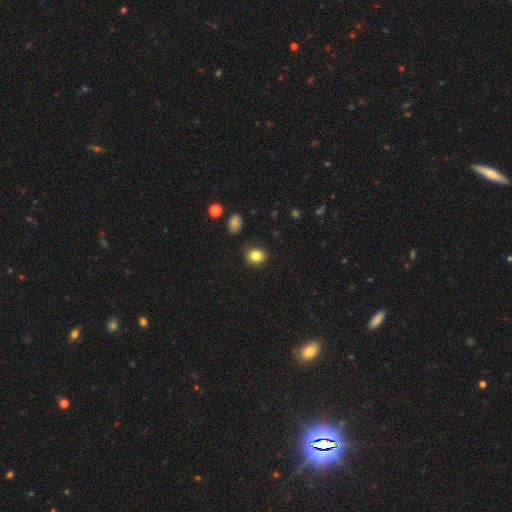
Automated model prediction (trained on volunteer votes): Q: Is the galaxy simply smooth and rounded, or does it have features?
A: smooth — 84%.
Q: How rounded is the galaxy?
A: round — 73%.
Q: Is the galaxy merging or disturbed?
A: none — 87%.